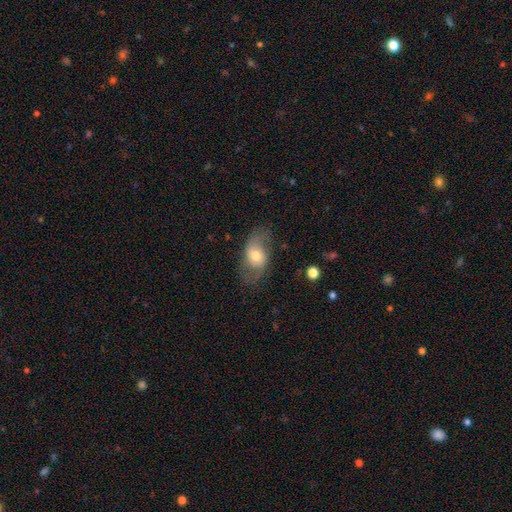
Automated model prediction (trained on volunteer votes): A smooth galaxy with no disk features (49%). Merging: none (68%).